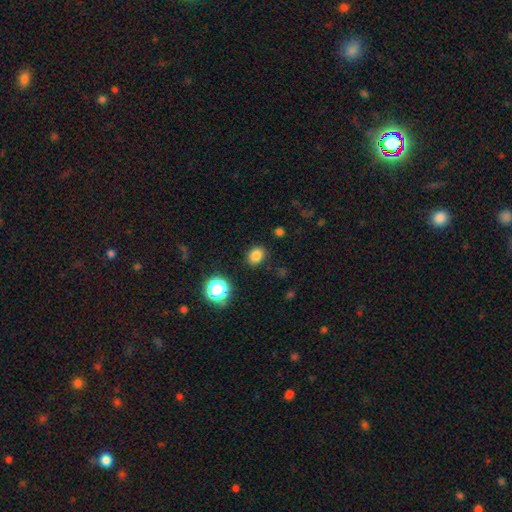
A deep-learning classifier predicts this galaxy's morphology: This appears to be a smooth galaxy with no disk features (81%) that is in between round and cigar-shaped (51%). Merging: none (87%).